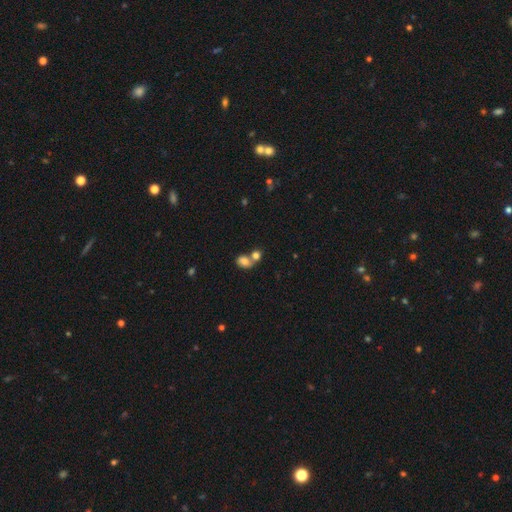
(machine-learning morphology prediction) Smooth or featured? Predicted: smooth (p=0.79). How rounded? Predicted: in between (p=0.60). Merging? Predicted: merger (p=0.60).